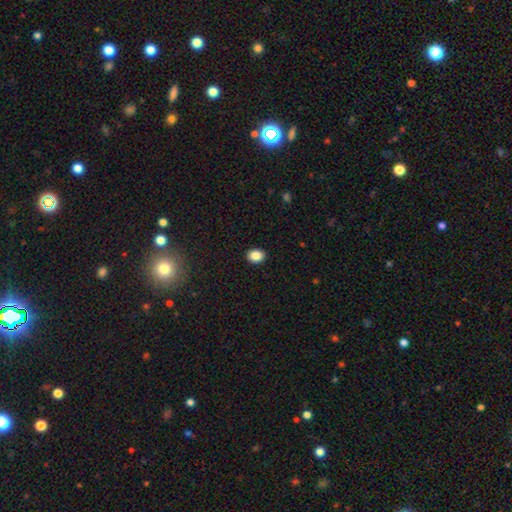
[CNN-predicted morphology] smooth-or-featured: smooth: 86% | star or artifact: 10% | featured or disk: 4%
  how-rounded: round: 50% | in between: 49% | cigar-shaped: 1%
  merging: none: 91% | minor disturbance: 6% | major disturbance: 2% | merger: 1%